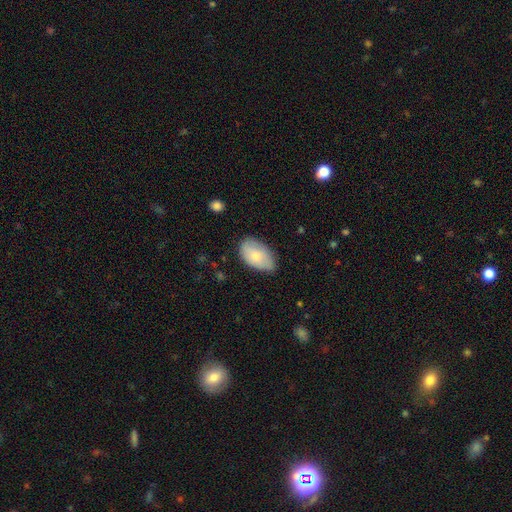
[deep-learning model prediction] smooth 77%, featured or disk 17%, star or artifact 6%. Down the decision tree: how rounded — in between (94%); merging — none (66%).